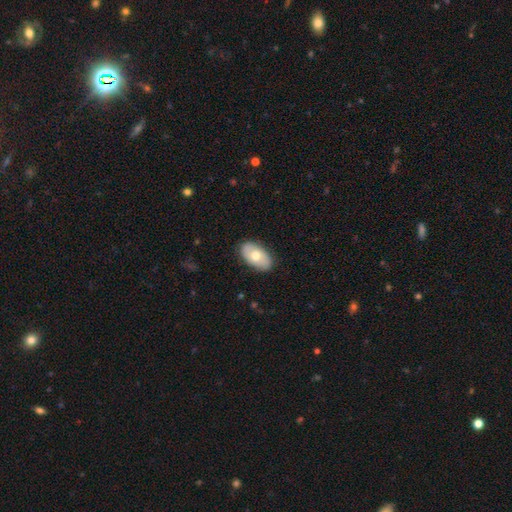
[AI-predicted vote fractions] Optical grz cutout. It shows a smooth galaxy with no disk features (64%) that is in between round and cigar-shaped (93%). Merging: none (85%).